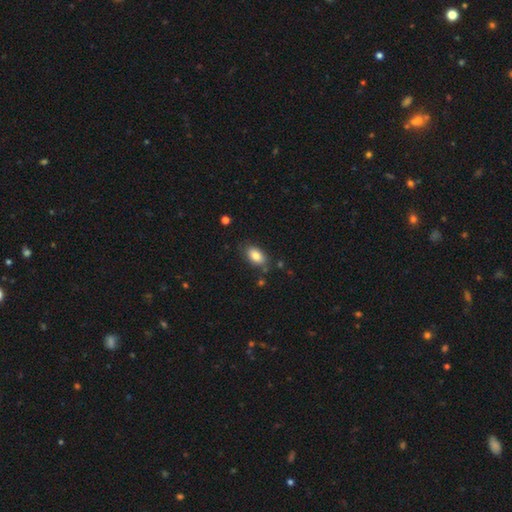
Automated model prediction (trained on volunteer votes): A smooth galaxy with no disk features (84%) that is in between round and cigar-shaped (91%). Merging: none (78%).